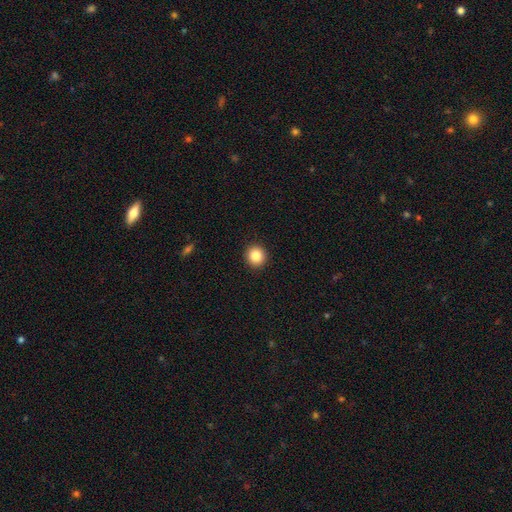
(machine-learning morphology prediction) type=smooth (85%); roundness=round (93%); merging=none (93%).